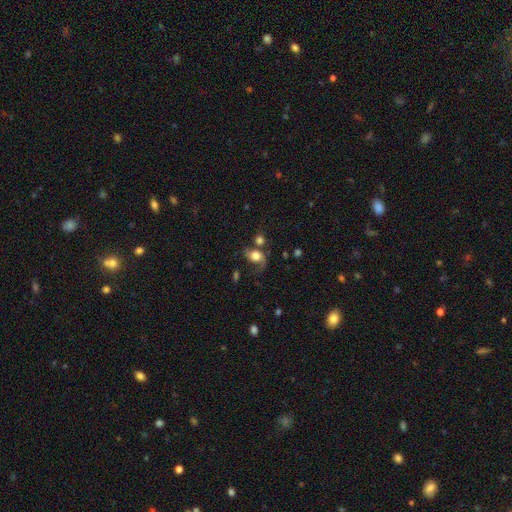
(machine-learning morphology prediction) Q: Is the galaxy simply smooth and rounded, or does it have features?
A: smooth — 52%.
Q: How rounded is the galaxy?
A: in between — 57%.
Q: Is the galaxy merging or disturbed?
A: none — 33%.